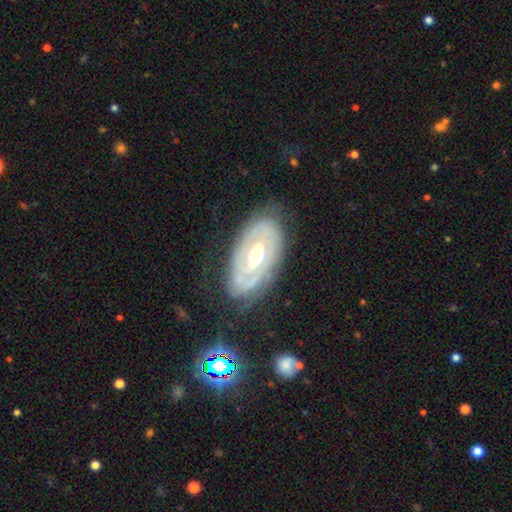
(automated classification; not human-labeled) A featured or disk galaxy (82%) with no bar (44%), 2 (42%) tight (69%) spiral arms (77%) and a moderate central bulge (75%).

Vote fractions:
- Smooth or featured? featured or disk: 82% / smooth: 13% / star or artifact: 5%
- Edge-on disk? no: 93% / yes: 7%
- Bar? no: 44% / weak: 37% / strong: 20%
- Spiral arms? yes: 77% / no: 23%
- Spiral winding? tight: 69% / medium: 23% / loose: 8%
- Spiral arm count? 2: 42% / can't tell: 37% / 3: 8% / 1: 7% / 4: 3% / more than 4: 3%
- Bulge size? moderate: 75% / large: 13% / small: 10% / dominant: 1% / none: 1%
- Merging? none: 71% / minor disturbance: 19% / major disturbance: 8% / merger: 2%